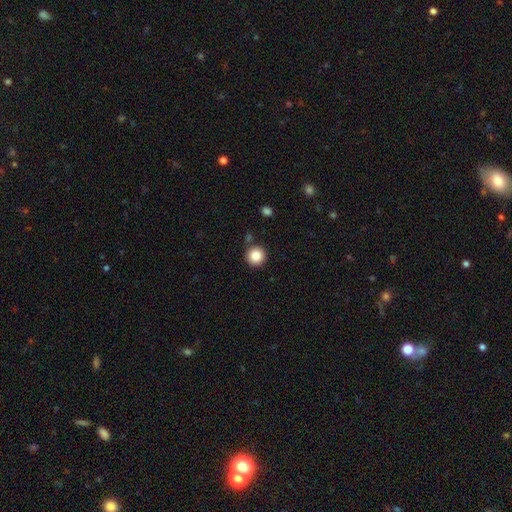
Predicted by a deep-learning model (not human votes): This appears to be a smooth galaxy with no disk features (87%) that is round (95%). Merging: none (87%).